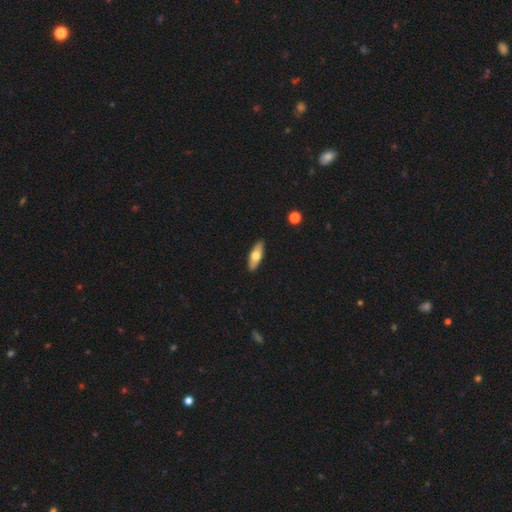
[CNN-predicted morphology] This appears to be a smooth galaxy with no disk features (59%) that is in between round and cigar-shaped (60%). Merging: none (90%).